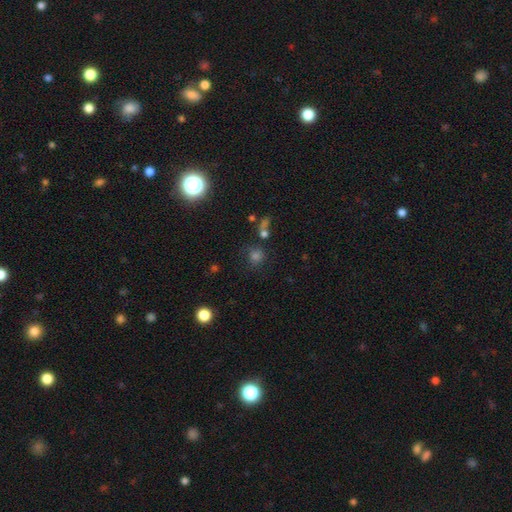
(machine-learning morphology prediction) A smooth galaxy with no disk features (64%) that is round (89%).

Vote fractions:
- Smooth or featured? smooth: 64% / star or artifact: 28% / featured or disk: 7%
- How rounded? round: 89% / in between: 10% / cigar-shaped: 1%
- Merging? none: 72% / merger: 12% / minor disturbance: 11% / major disturbance: 6%